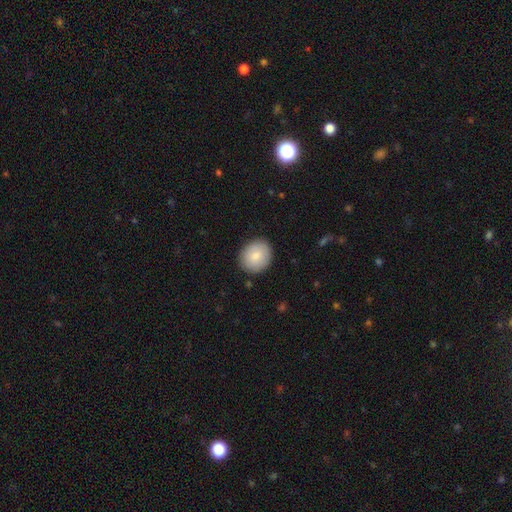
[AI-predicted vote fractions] Smooth or featured?
  - smooth: 84% *
  - featured or disk: 9%
  - star or artifact: 7%
How rounded?
  - round: 75% *
  - in between: 24%
  - cigar-shaped: 1%
Merging?
  - none: 88% *
  - minor disturbance: 9%
  - major disturbance: 2%
  - merger: 1%